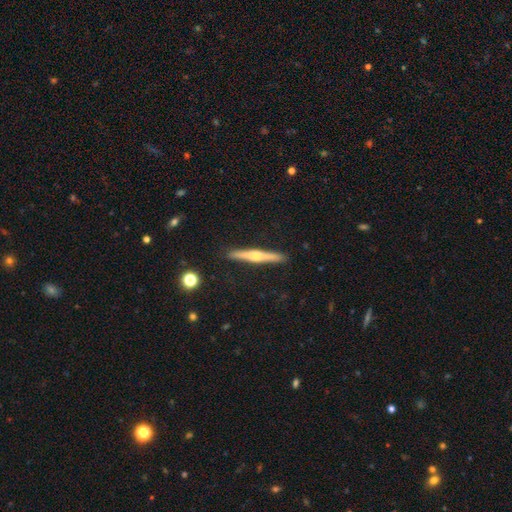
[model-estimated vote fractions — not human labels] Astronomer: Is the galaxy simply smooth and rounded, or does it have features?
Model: featured or disk — 61%.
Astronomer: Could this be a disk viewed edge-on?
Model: yes — 98%.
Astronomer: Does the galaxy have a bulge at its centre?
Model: rounded — 82%.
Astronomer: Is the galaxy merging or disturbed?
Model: none — 91%.